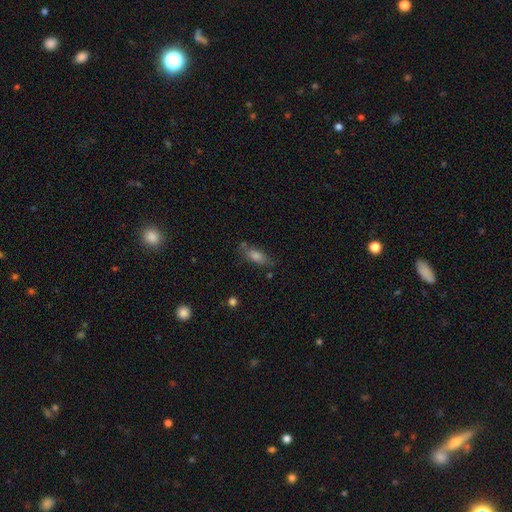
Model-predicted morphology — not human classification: This is likely a smooth galaxy (66%). How rounded: likely in between (71%). Merging: likely none (69%).